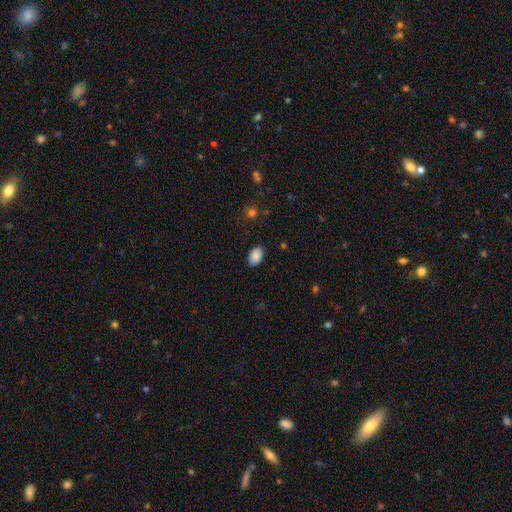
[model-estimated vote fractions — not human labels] Smooth or featured: smooth — 88% (star or artifact — 7%)
How rounded: in between — 89% (round — 10%)
Merging: none — 86% (minor disturbance — 11%)